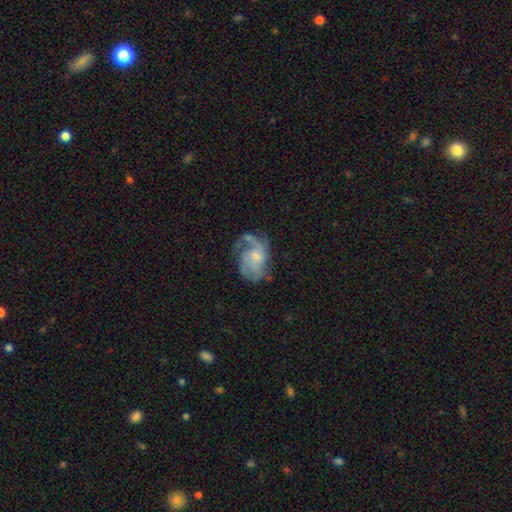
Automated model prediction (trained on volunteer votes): featured or disk 75%, smooth 18%, star or artifact 7%. Down the decision tree: edge-on disk — no (98%); bar — no (69%); spiral arms — yes (89%); spiral arm count — 2 (35%); spiral winding — medium (44%); bulge size — small (47%); merging — none (49%).